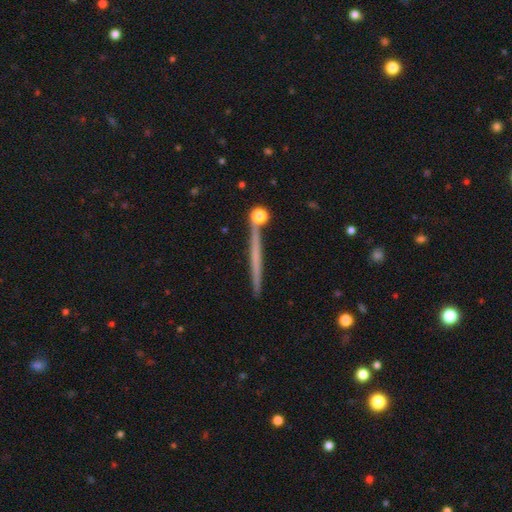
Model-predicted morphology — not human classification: Smooth or featured? Predicted: featured or disk (p=0.53). Edge-on disk? Predicted: yes (p=0.97). Edge-on bulge? Predicted: none (p=0.86). Merging? Predicted: none (p=0.88).